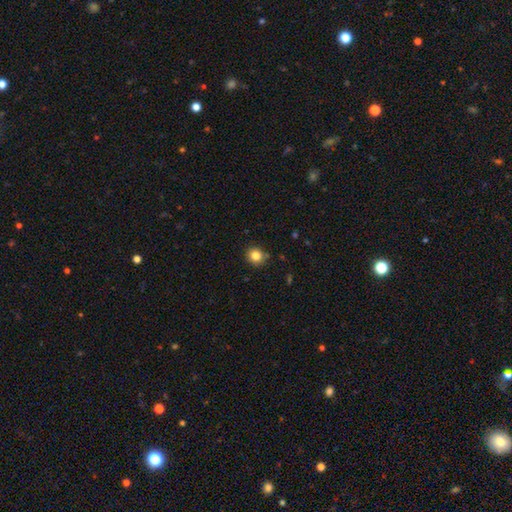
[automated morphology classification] This is clearly a smooth galaxy (83%). How rounded: clearly round (87%). Merging: clearly none (85%).